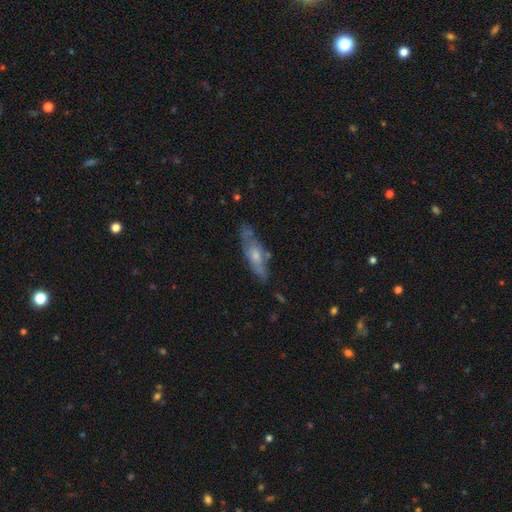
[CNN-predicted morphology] Smooth or featured?
  - featured or disk: 50% *
  - smooth: 43%
  - star or artifact: 7%
Edge-on disk?
  - no: 58% *
  - yes: 42%
Merging?
  - none: 62% *
  - minor disturbance: 24%
  - major disturbance: 8%
  - merger: 5%